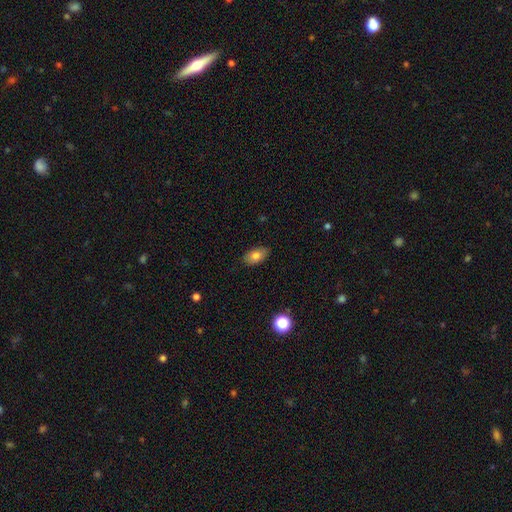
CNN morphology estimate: Q: Smooth or featured?
A: smooth (79%); runner-up: featured or disk (13%)
Q: How rounded?
A: in between (90%); runner-up: round (7%)
Q: Merging?
A: none (86%); runner-up: minor disturbance (11%)